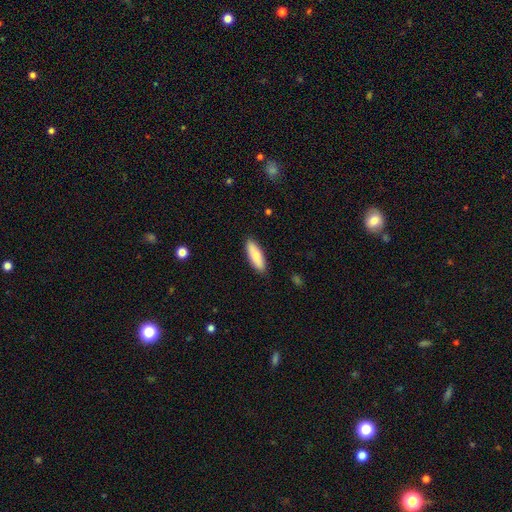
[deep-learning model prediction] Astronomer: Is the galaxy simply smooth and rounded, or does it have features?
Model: smooth — 77%.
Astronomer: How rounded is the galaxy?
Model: in between — 55% (runner-up: cigar-shaped, 43%).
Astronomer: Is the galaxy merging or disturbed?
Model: none — 89%.